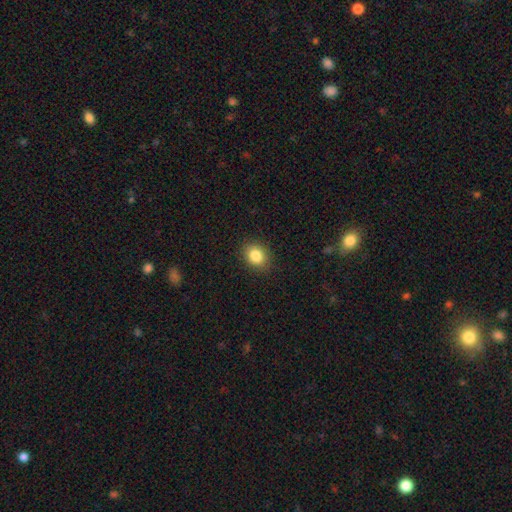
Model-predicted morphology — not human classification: Smooth or featured: smooth — 85% (star or artifact — 10%)
How rounded: round — 54% (in between — 45%)
Merging: none — 88% (minor disturbance — 9%)